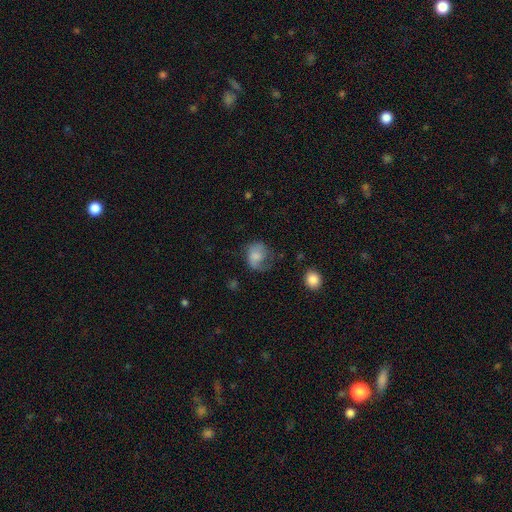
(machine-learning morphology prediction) smooth 57%, featured or disk 34%, star or artifact 9%. Down the decision tree: how rounded — round (57%); merging — none (39%).